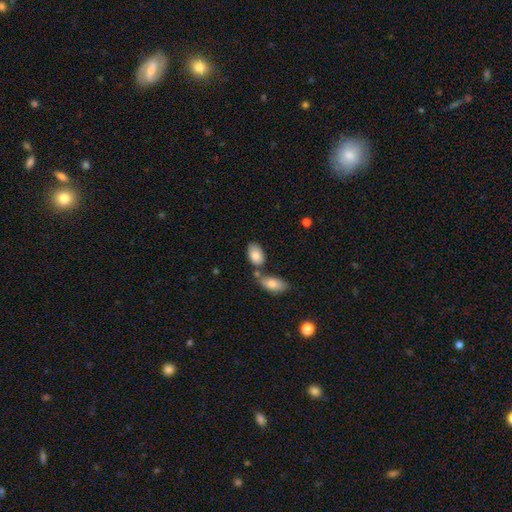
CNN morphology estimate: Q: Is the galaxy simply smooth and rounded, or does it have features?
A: smooth — 83%.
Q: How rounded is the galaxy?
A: in between — 92%.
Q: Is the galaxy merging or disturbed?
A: none — 54%.